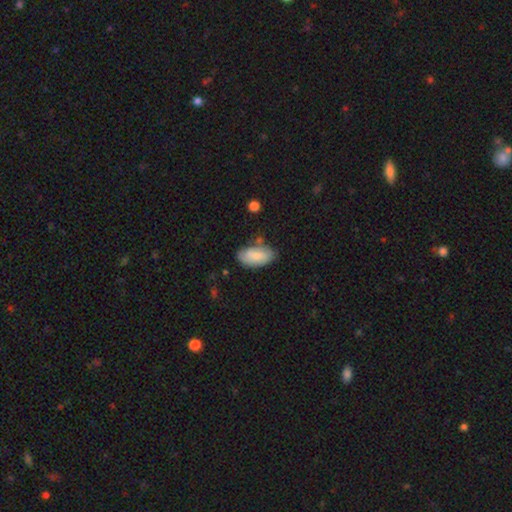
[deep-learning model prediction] Morphology: type=smooth (68%); roundness=in between (93%); merging=none (64%).